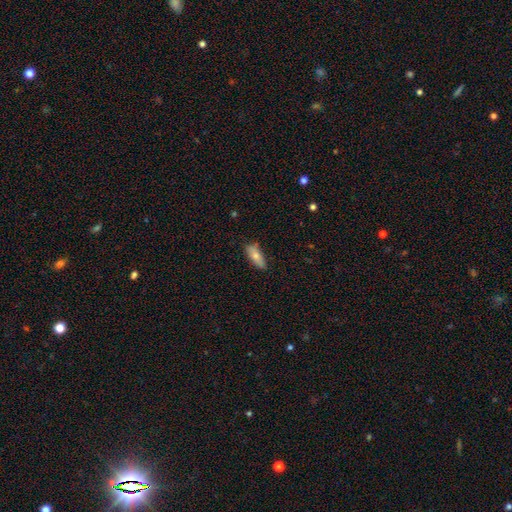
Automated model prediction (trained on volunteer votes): This appears to be a smooth galaxy with no disk features (73%) that is in between round and cigar-shaped (66%). Merging: none (75%).